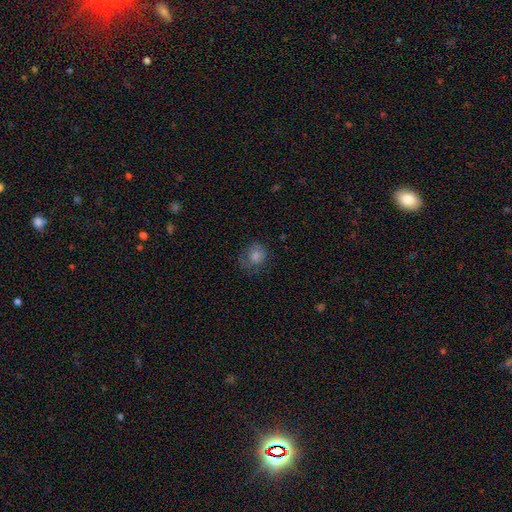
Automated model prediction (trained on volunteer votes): smooth_or_featured: smooth (p=0.61) [alt: featured or disk p=0.23]
how_rounded: round (p=0.77) [alt: in between p=0.22]
merging: none (p=0.64) [alt: minor disturbance p=0.20]